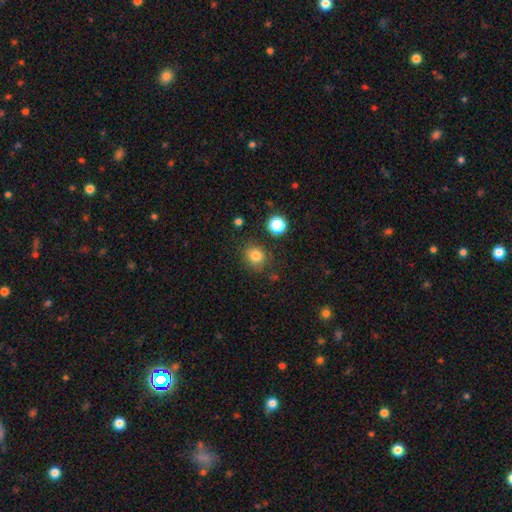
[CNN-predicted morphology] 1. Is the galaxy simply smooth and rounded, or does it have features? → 81% smooth, 13% star or artifact, 6% featured or disk.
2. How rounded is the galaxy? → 83% round, 16% in between, 1% cigar-shaped.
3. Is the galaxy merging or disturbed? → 82% none, 11% minor disturbance, 4% major disturbance, 3% merger.